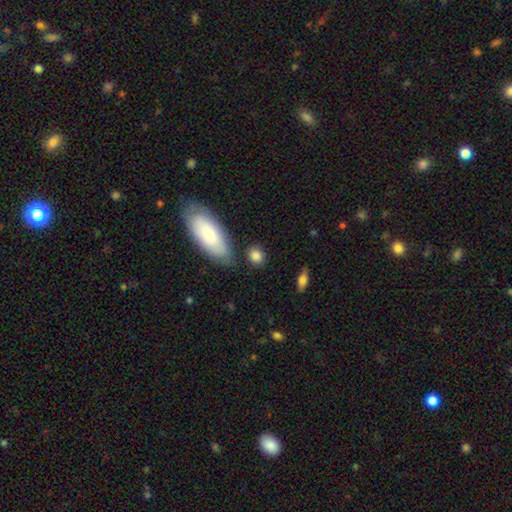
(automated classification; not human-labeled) Overall: smooth (85%). How rounded: round (58%; in between 38%). Merging: none (78%).